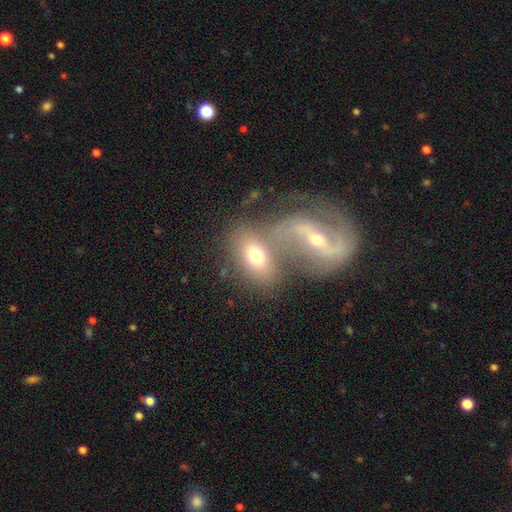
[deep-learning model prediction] This is likely a smooth galaxy (62%). How rounded: clearly in between (80%). Merging: possibly merger (50%).